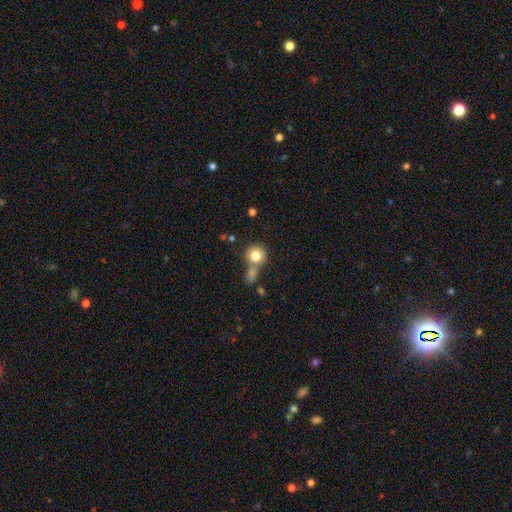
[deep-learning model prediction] This appears to be a smooth galaxy with no disk features (81%) that is round (87%). Merging: none (49%).